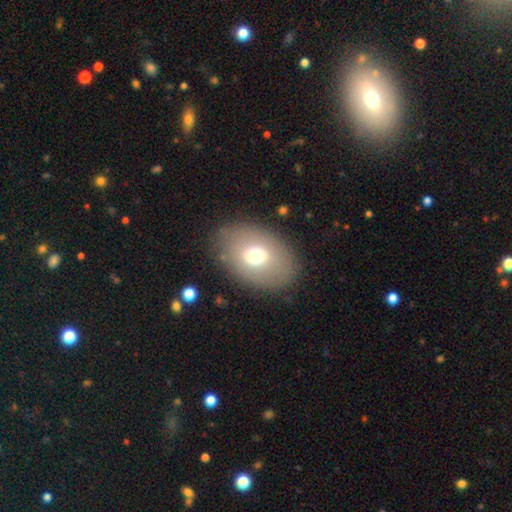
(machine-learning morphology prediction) Overall: smooth (68%). How rounded: in between (82%). Merging: none (84%).